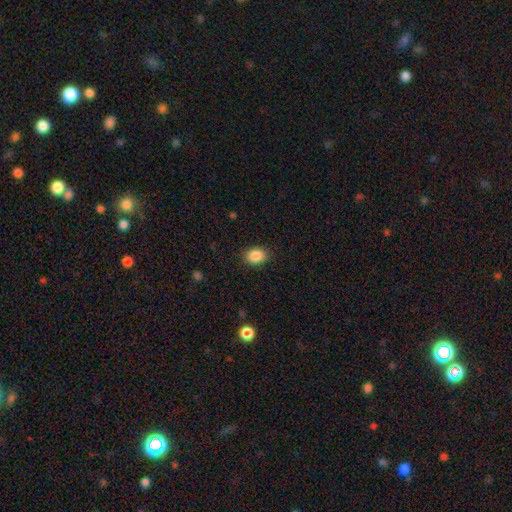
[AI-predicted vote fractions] Smooth or featured: smooth — 88% (star or artifact — 9%)
How rounded: in between — 61% (round — 38%)
Merging: none — 88% (minor disturbance — 9%)